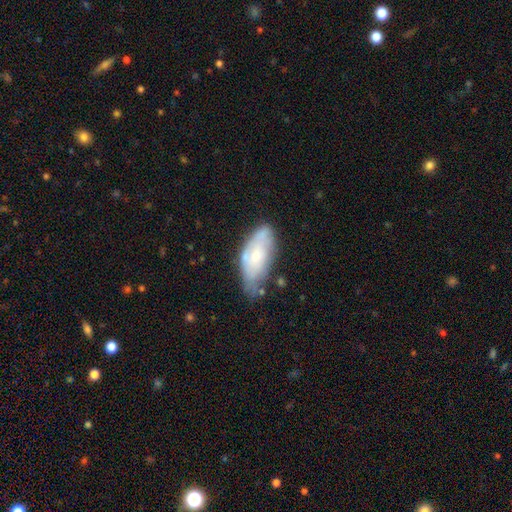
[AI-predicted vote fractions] smooth-or-featured: smooth: 48% | featured or disk: 45% | star or artifact: 7%
  merging: none: 48% | minor disturbance: 36% | major disturbance: 11% | merger: 5%